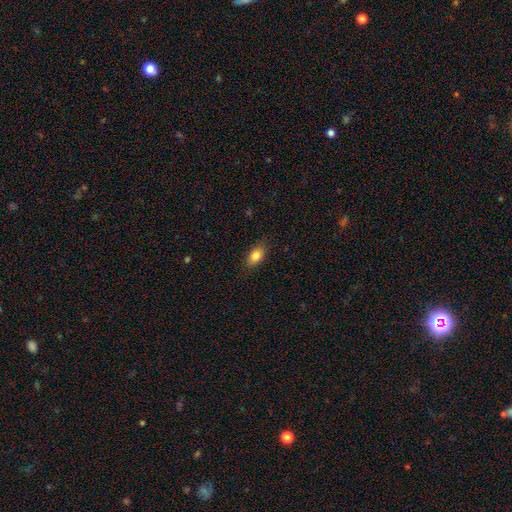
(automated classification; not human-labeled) Q: Smooth or featured?
A: smooth (83%); runner-up: featured or disk (9%)
Q: How rounded?
A: in between (86%); runner-up: round (10%)
Q: Merging?
A: none (84%); runner-up: minor disturbance (12%)